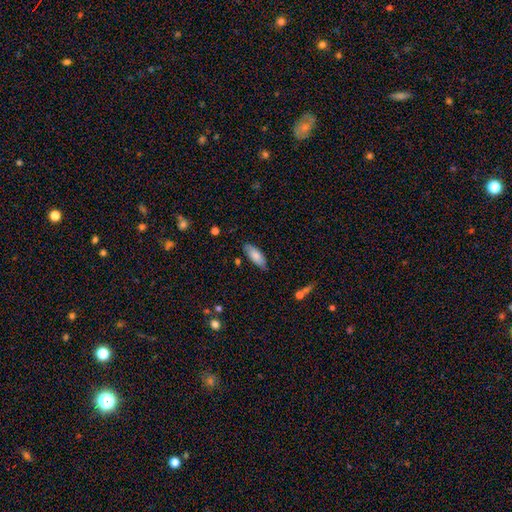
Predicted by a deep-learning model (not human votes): Smooth or featured: smooth — 79% (featured or disk — 15%)
How rounded: in between — 77% (cigar-shaped — 21%)
Merging: none — 78% (minor disturbance — 17%)